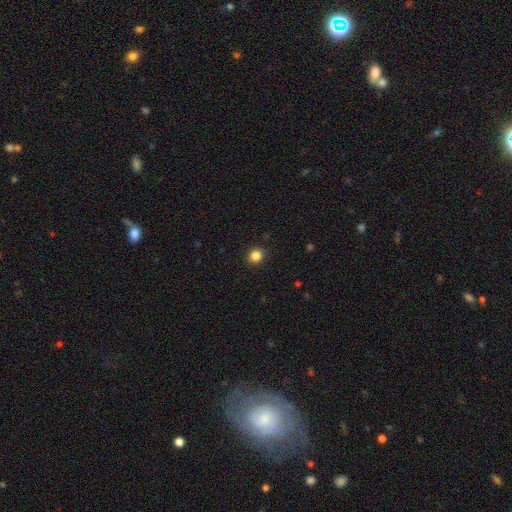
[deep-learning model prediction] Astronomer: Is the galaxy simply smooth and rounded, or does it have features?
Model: smooth — 85%.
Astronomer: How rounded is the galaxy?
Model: round — 81%.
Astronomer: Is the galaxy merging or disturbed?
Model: none — 92%.